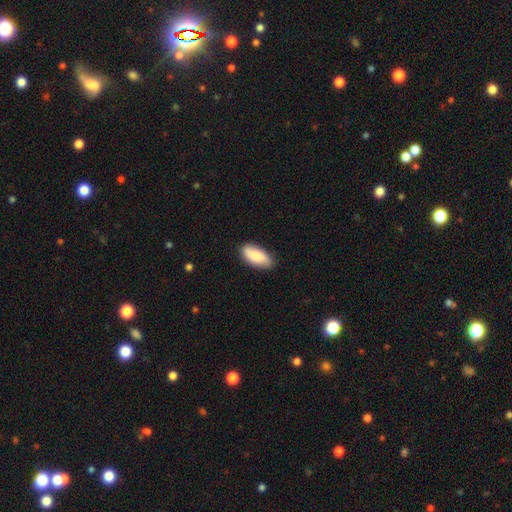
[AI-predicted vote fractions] Q: Smooth or featured?
A: smooth (83%); runner-up: featured or disk (11%)
Q: How rounded?
A: in between (90%); runner-up: cigar-shaped (8%)
Q: Merging?
A: none (83%); runner-up: minor disturbance (14%)